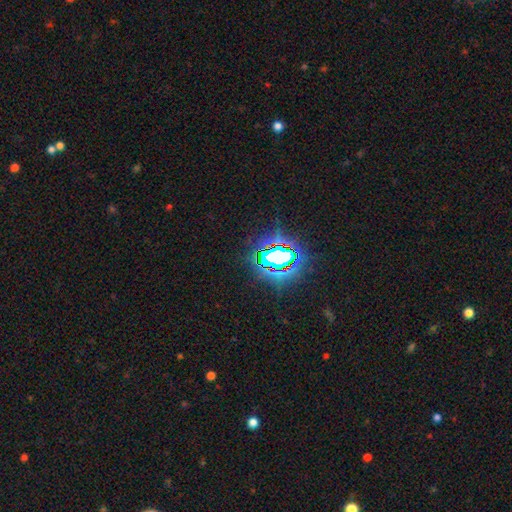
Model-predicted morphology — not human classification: Smooth or featured?
  - star or artifact: 83% *
  - smooth: 10%
  - featured or disk: 7%